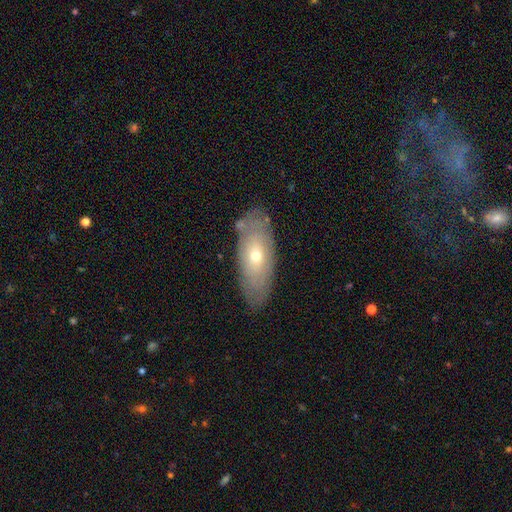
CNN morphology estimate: Smooth or featured: featured or disk — 49% (smooth — 43%)
Merging: none — 80% (minor disturbance — 14%)